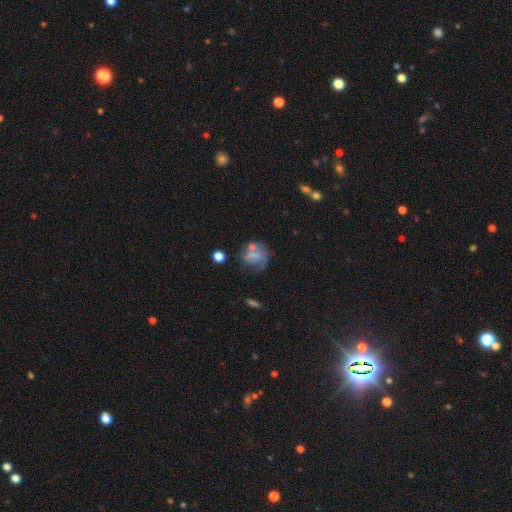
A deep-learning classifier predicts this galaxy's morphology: Smooth or featured: smooth — 45% (featured or disk — 38%)
Merging: none — 44% (major disturbance — 22%)